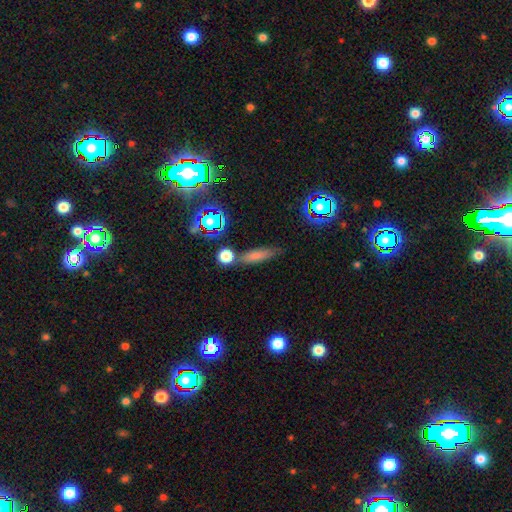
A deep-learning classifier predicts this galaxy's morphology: This is likely a smooth galaxy (69%). How rounded: likely cigar-shaped (65%). Merging: likely none (68%).